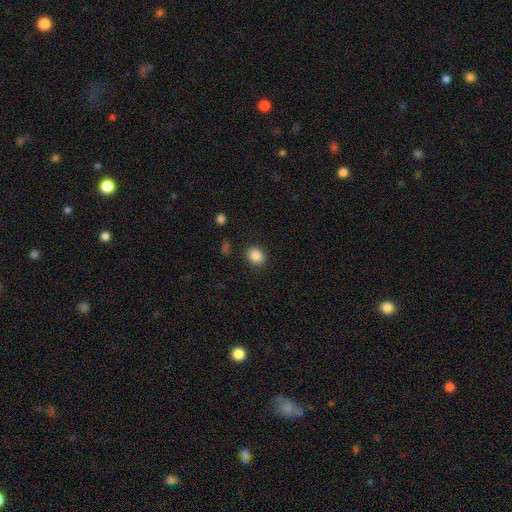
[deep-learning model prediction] smooth_or_featured: smooth (p=0.86) [alt: star or artifact p=0.09]
how_rounded: round (p=0.58) [alt: in between p=0.41]
merging: none (p=0.88) [alt: minor disturbance p=0.08]